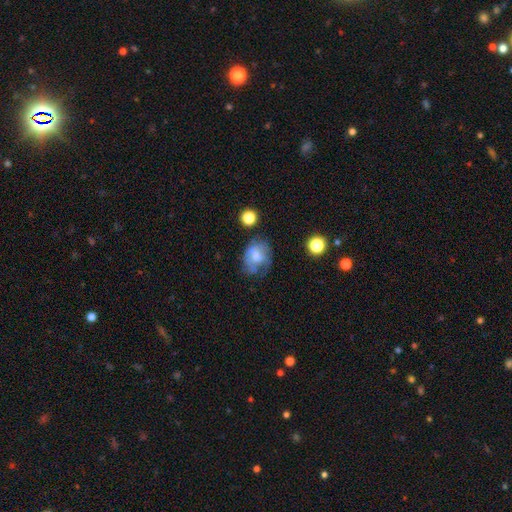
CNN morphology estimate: Smooth or featured: smooth — 59% (featured or disk — 31%)
How rounded: in between — 53% (round — 46%)
Merging: none — 41% (minor disturbance — 31%)